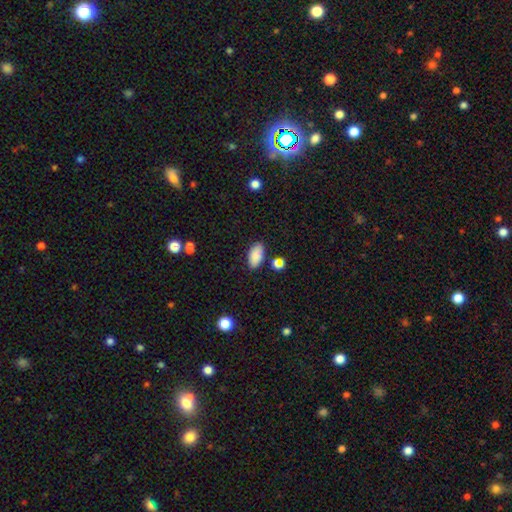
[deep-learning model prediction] Smooth or featured?
  - smooth: 85% *
  - star or artifact: 8%
  - featured or disk: 6%
How rounded?
  - in between: 92% *
  - cigar-shaped: 4%
  - round: 4%
Merging?
  - none: 78% *
  - minor disturbance: 13%
  - merger: 5%
  - major disturbance: 3%